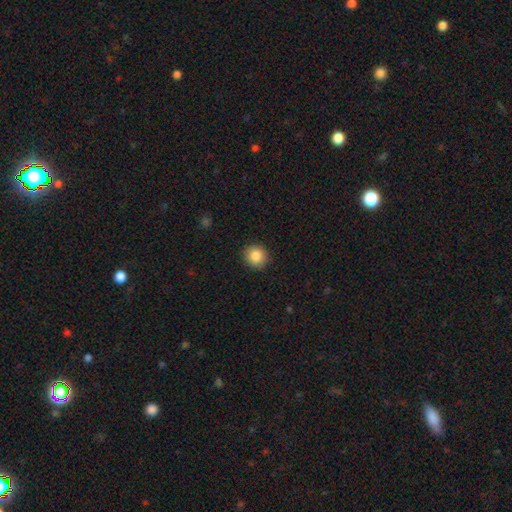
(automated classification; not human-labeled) Smooth or featured? Predicted: smooth (p=0.86). How rounded? Predicted: round (p=0.88). Merging? Predicted: none (p=0.91).